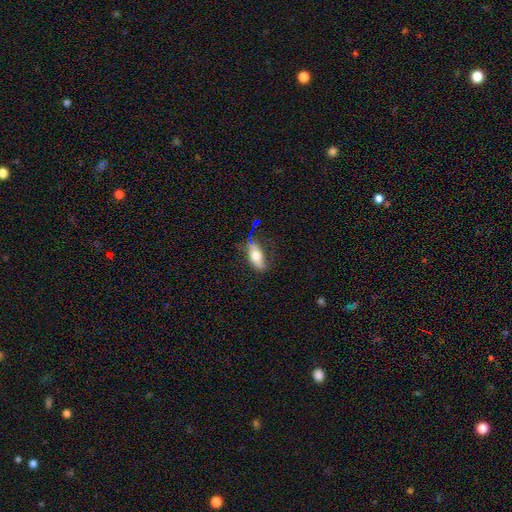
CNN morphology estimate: A smooth galaxy with no disk features (62%) that is in between round and cigar-shaped (76%). Merging: none (59%).